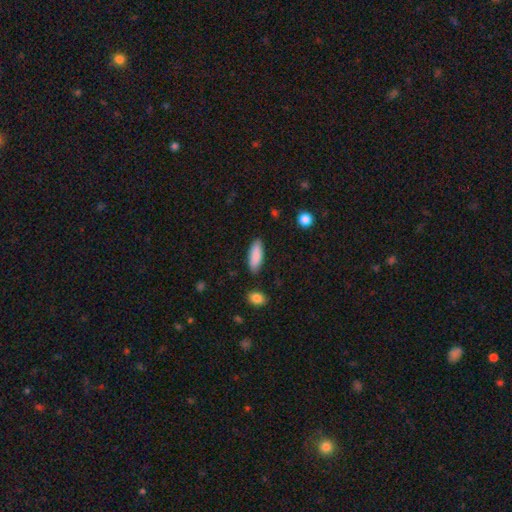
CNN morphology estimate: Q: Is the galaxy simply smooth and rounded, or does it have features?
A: smooth — 88%.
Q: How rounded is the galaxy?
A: in between — 65%.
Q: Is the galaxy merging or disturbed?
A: none — 86%.